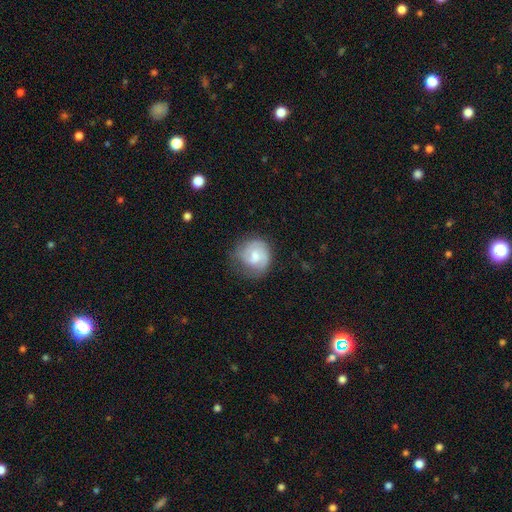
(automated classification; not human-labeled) Smooth or featured? smooth (48%)
Merging? none (58%)